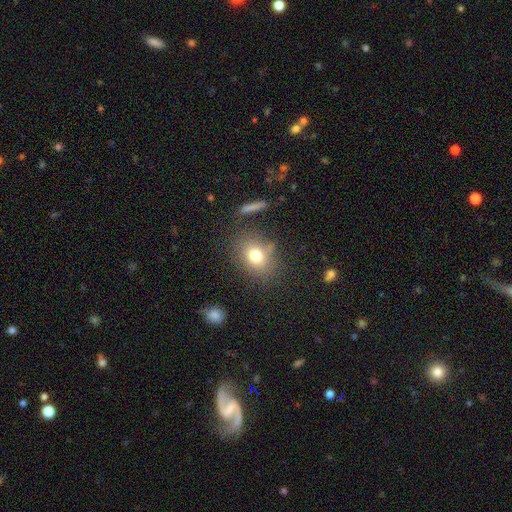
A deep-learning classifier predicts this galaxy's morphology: This is likely a smooth galaxy (75%). How rounded: possibly round (56%). Merging: likely none (75%).